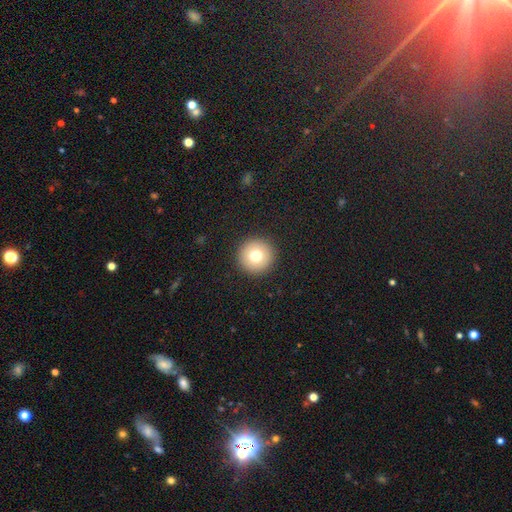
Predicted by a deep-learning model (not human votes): Smooth or featured? Predicted: smooth (p=0.74). How rounded? Predicted: round (p=0.96). Merging? Predicted: none (p=0.93).